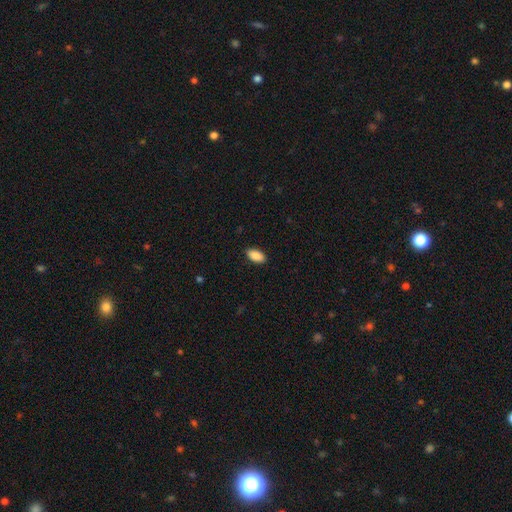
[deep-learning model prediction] Smooth or featured? smooth (90%)
How rounded? in between (93%)
Merging? none (89%)